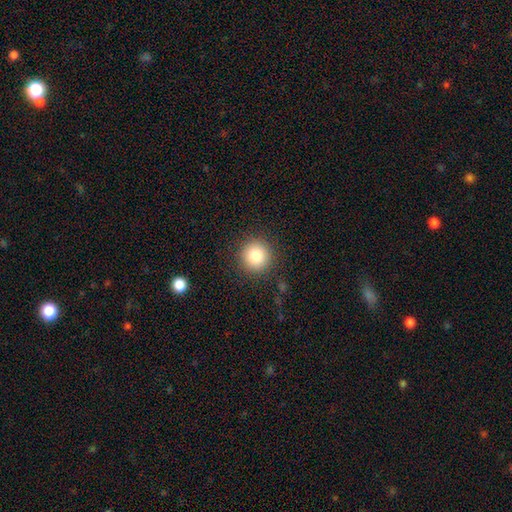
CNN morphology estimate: A smooth galaxy with no disk features (83%) that is round (94%). Merging: none (90%).